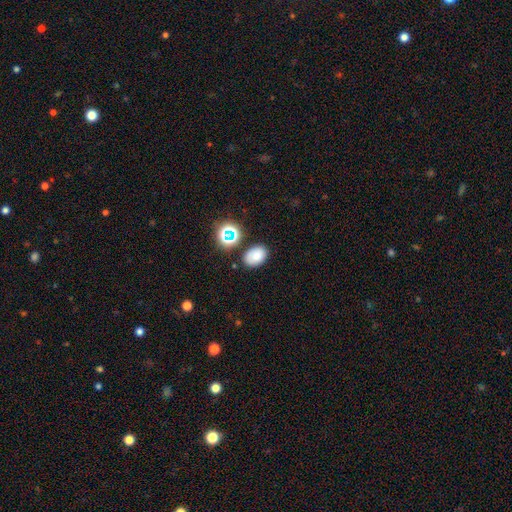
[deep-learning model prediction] Overall: smooth (76%). How rounded: in between (80%). Merging: none (79%).